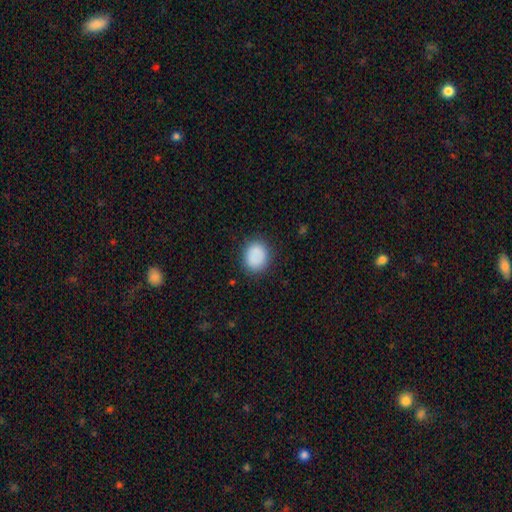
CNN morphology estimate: smooth-or-featured: smooth: 86% | star or artifact: 8% | featured or disk: 5%
  how-rounded: round: 68% | in between: 31% | cigar-shaped: 1%
  merging: none: 86% | minor disturbance: 10% | major disturbance: 3% | merger: 1%